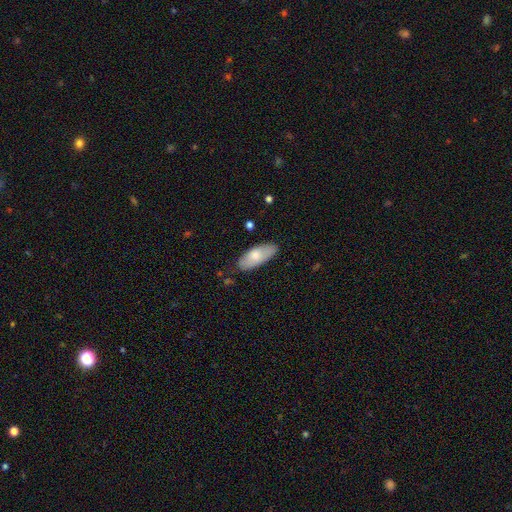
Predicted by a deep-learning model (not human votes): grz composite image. It shows a smooth galaxy with no disk features (76%) that is in between round and cigar-shaped (83%). Merging: none (80%).